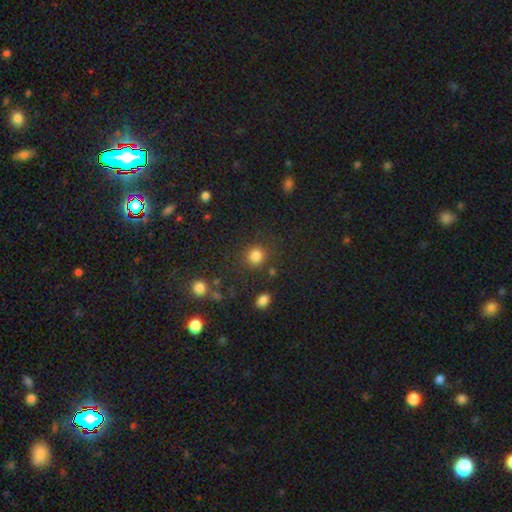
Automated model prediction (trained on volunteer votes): This appears to be a smooth galaxy with no disk features (83%) that is round (88%). Merging: none (82%).